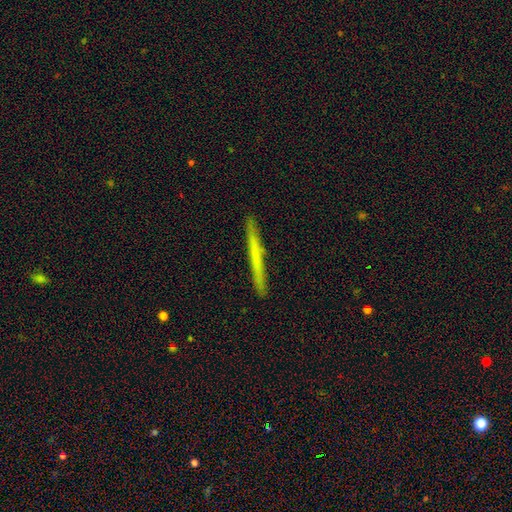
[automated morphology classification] This is possibly a smooth galaxy (56%). How rounded: clearly cigar-shaped (97%). Merging: clearly none (92%).